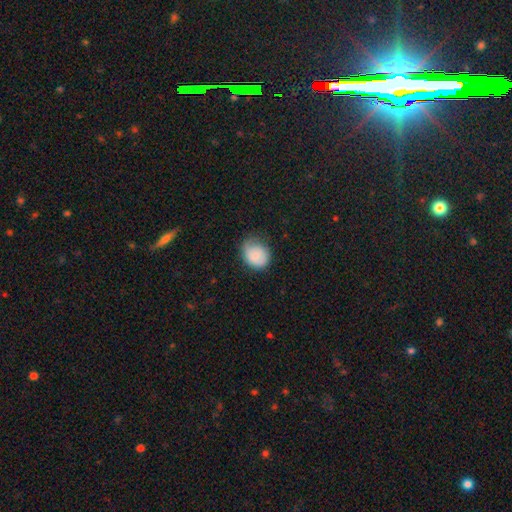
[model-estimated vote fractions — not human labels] A smooth galaxy with no disk features (81%) that is round (56%).

Vote fractions:
- Smooth or featured? smooth: 81% / featured or disk: 12% / star or artifact: 7%
- How rounded? round: 56% / in between: 43% / cigar-shaped: 1%
- Merging? none: 55% / minor disturbance: 34% / major disturbance: 10% / merger: 1%